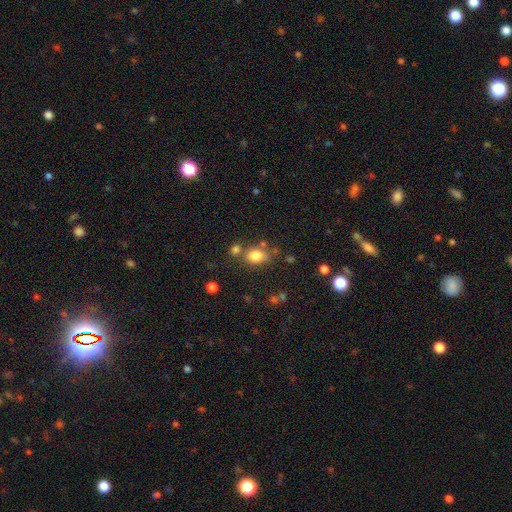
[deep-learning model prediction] The model was most divided on "merging": none: 58%, merger: 20%, minor disturbance: 16%, major disturbance: 6%. More confident: smooth or featured — smooth (81%); how rounded — in between (71%).